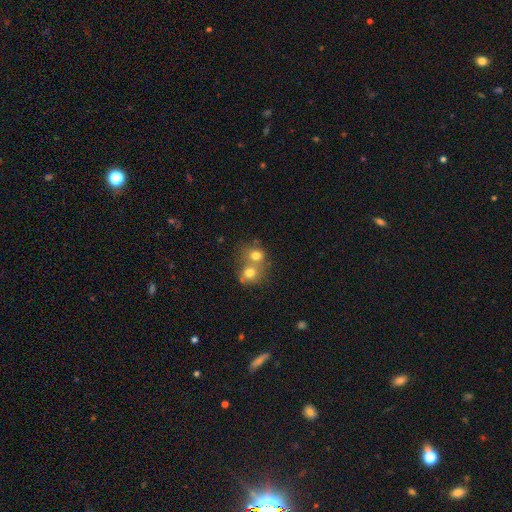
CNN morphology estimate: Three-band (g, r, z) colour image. It shows a smooth galaxy with no disk features (73%) that is round (72%). Merging: merger (60%).